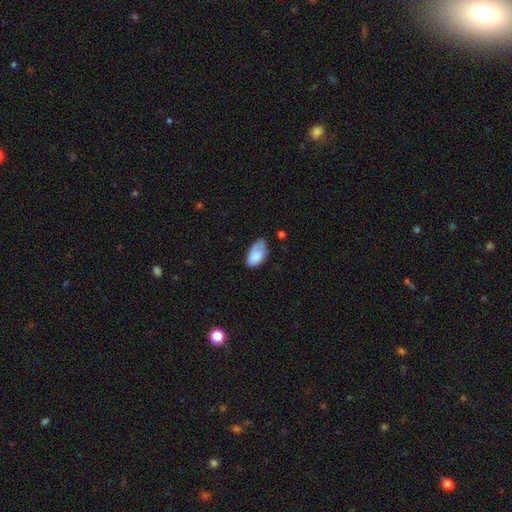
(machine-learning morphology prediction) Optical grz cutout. It shows a smooth galaxy with no disk features (80%) that is in between round and cigar-shaped (95%). Merging: none (50%).